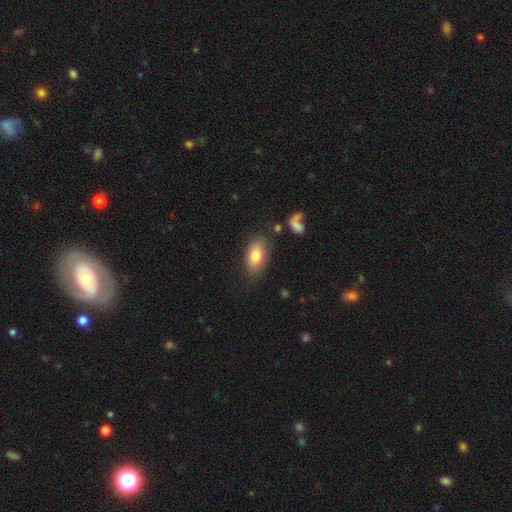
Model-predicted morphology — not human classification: smooth-or-featured: smooth: 79% | featured or disk: 14% | star or artifact: 8%
  how-rounded: in between: 90% | round: 7% | cigar-shaped: 3%
  merging: none: 75% | minor disturbance: 15% | major disturbance: 6% | merger: 4%